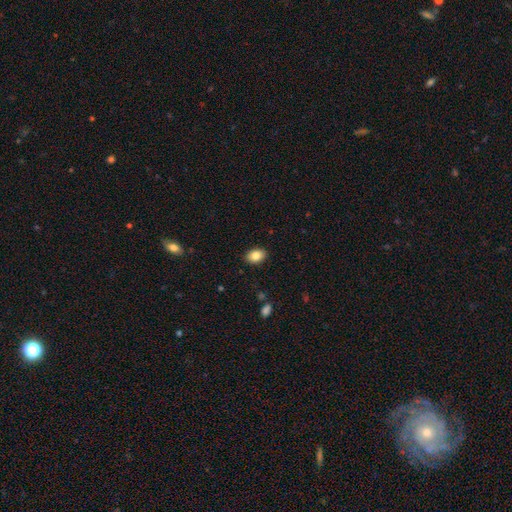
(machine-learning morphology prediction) smooth 84%, star or artifact 8%, featured or disk 8%. Down the decision tree: how rounded — in between (84%); merging — none (88%).